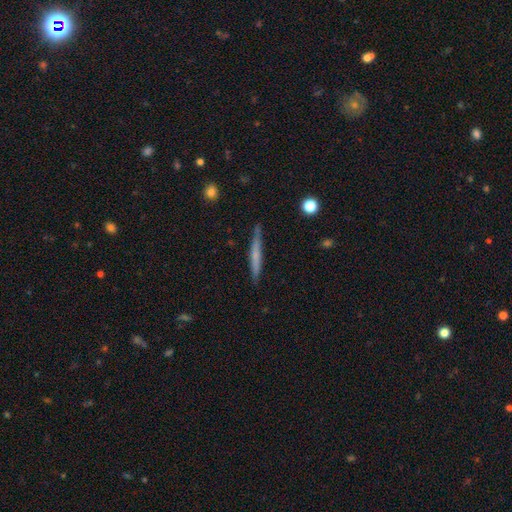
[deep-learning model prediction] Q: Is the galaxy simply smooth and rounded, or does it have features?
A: smooth — 49%.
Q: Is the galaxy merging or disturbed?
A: none — 86%.